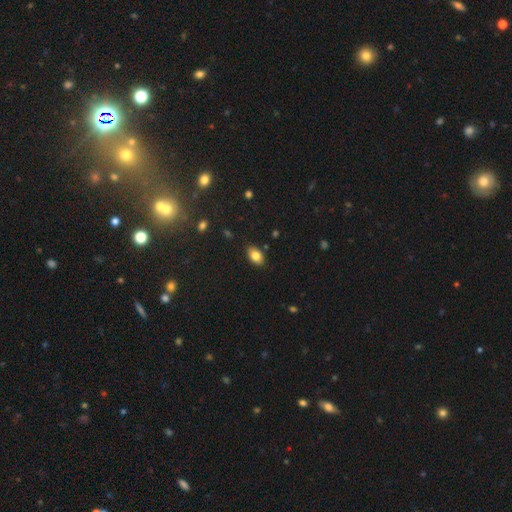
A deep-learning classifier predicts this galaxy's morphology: This is clearly a smooth galaxy (81%). How rounded: clearly in between (88%). Merging: clearly none (86%).